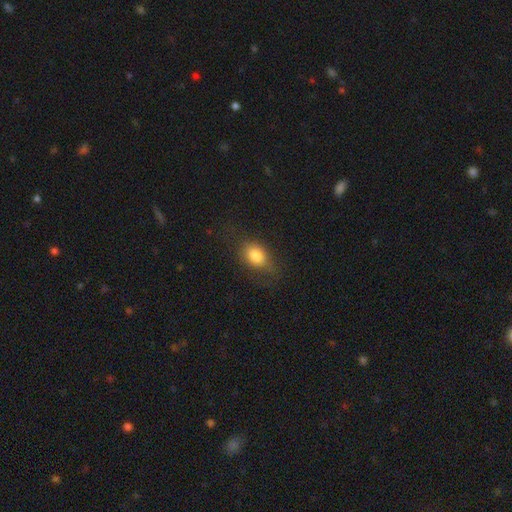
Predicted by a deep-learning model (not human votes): Q: Smooth or featured?
A: smooth (80%); runner-up: featured or disk (10%)
Q: How rounded?
A: in between (72%); runner-up: round (26%)
Q: Merging?
A: none (66%); runner-up: minor disturbance (22%)